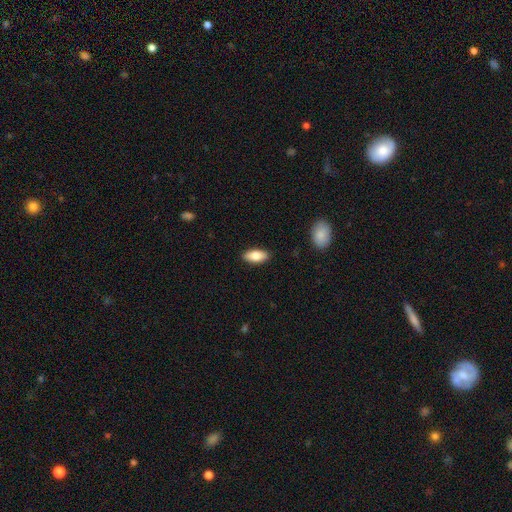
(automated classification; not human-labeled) Overall: smooth (83%). How rounded: in between (88%). Merging: none (89%).